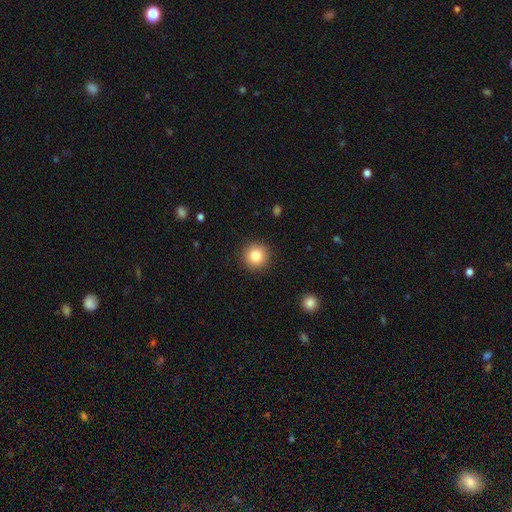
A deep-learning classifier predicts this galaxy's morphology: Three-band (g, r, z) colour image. It shows a smooth galaxy with no disk features (83%) that is round (95%). Merging: none (91%).